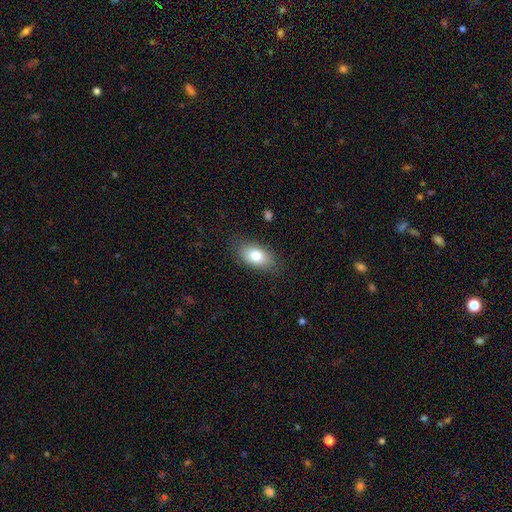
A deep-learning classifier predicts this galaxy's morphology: The model was most divided on "smooth or featured": smooth: 81%, featured or disk: 12%, star or artifact: 7%. More confident: how rounded — in between (91%); merging — none (82%).